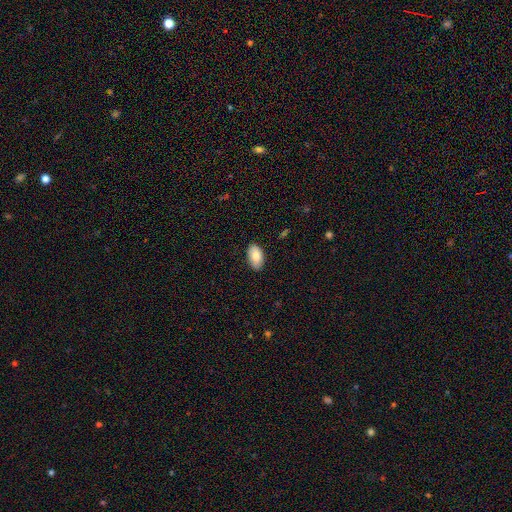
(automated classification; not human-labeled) Overall: smooth (83%). How rounded: in between (95%). Merging: none (85%).